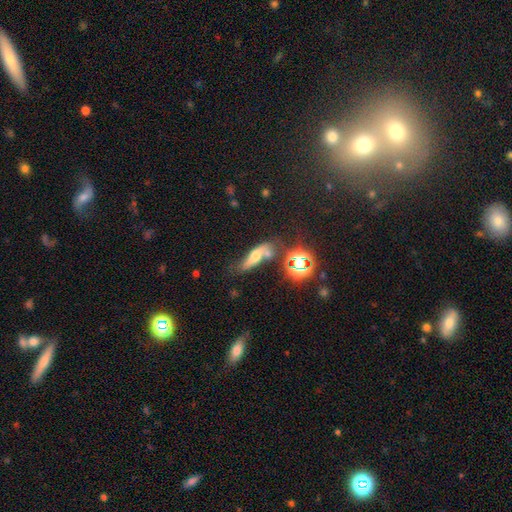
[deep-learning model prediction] Smooth or featured: smooth — 45% (featured or disk — 37%)
Merging: none — 44% (merger — 26%)